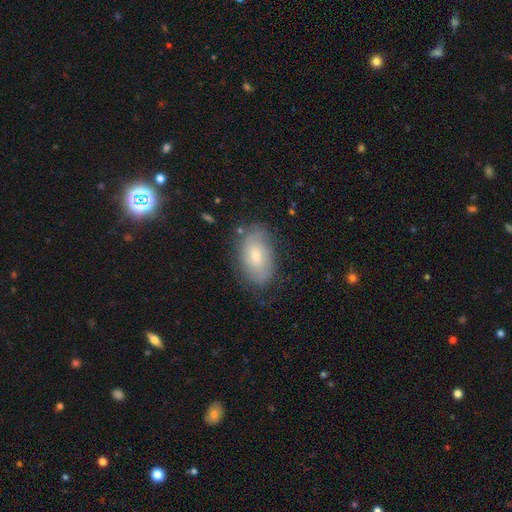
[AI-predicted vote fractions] Smooth or featured? smooth (59%)
How rounded? in between (92%)
Merging? none (74%)